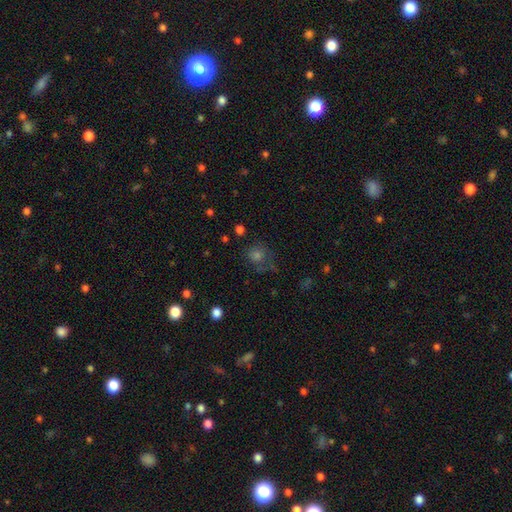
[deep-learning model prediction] smooth 51%, star or artifact 31%, featured or disk 18%. Down the decision tree: how rounded — round (82%); merging — none (62%).